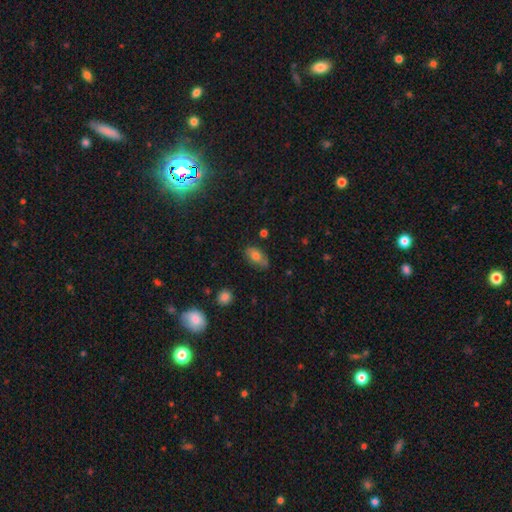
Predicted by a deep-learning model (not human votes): smooth 75%, featured or disk 16%, star or artifact 9%. Down the decision tree: how rounded — in between (91%); merging — none (70%).